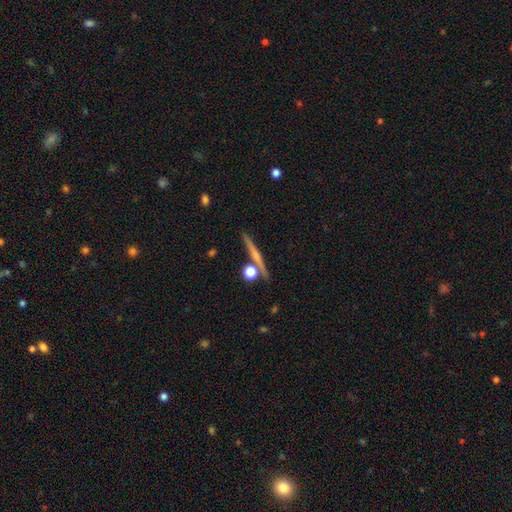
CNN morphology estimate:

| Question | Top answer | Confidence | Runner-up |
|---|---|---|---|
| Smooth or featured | featured or disk | 51% | smooth (40%) |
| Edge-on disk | yes | 95% | no (5%) |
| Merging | none | 81% | merger (8%) |